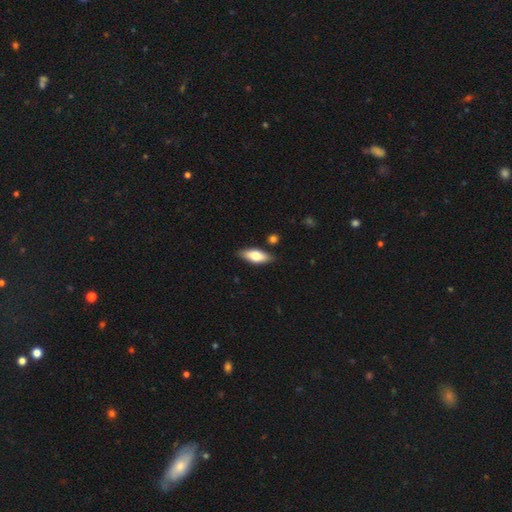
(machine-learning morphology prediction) Smooth or featured? smooth (72%)
How rounded? in between (75%)
Merging? none (83%)